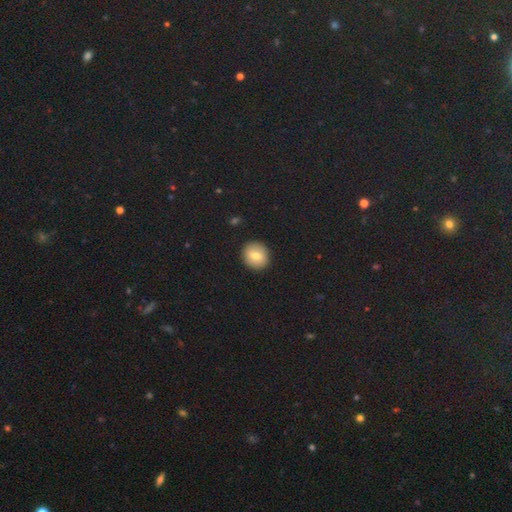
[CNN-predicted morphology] A smooth galaxy with no disk features (73%) that is round (83%).

Vote fractions:
- Smooth or featured? smooth: 73% / featured or disk: 16% / star or artifact: 10%
- How rounded? round: 83% / in between: 16% / cigar-shaped: 1%
- Merging? none: 91% / minor disturbance: 6% / major disturbance: 2% / merger: 1%